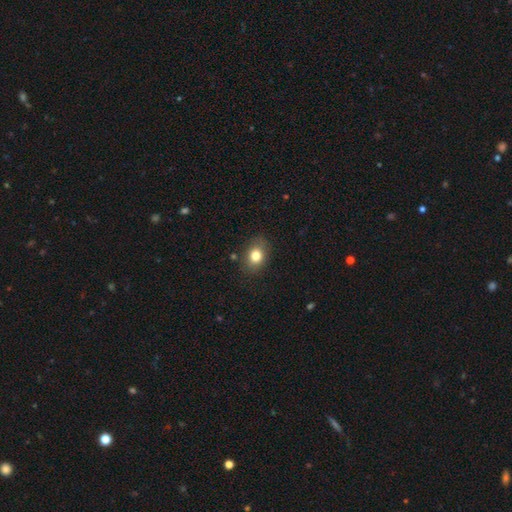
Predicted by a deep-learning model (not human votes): The model was most divided on "how rounded": in between: 60%, round: 39%, cigar-shaped: 1%. More confident: merging — none (81%); smooth or featured — smooth (80%).